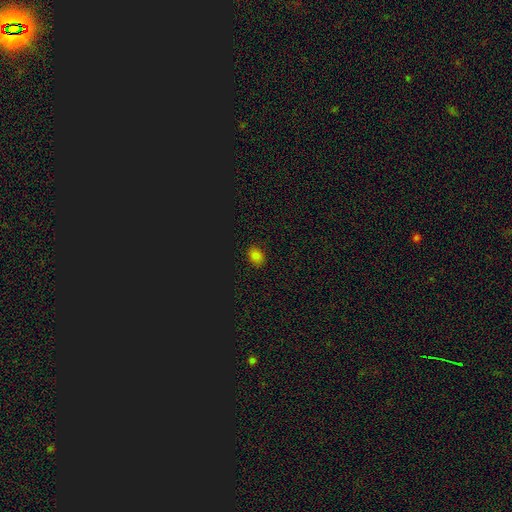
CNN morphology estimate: smooth-or-featured: smooth: 76% | star or artifact: 20% | featured or disk: 4%
  how-rounded: in between: 67% | round: 32% | cigar-shaped: 1%
  merging: none: 86% | minor disturbance: 11% | major disturbance: 2% | merger: 1%